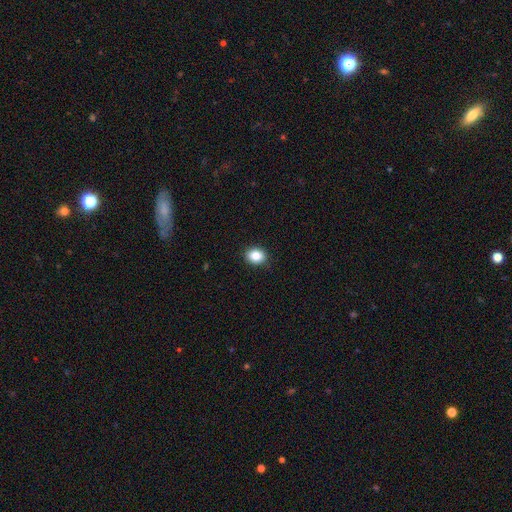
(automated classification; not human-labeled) The model was most divided on "how rounded": in between: 52%, round: 47%, cigar-shaped: 1%. More confident: merging — none (90%); smooth or featured — smooth (85%).